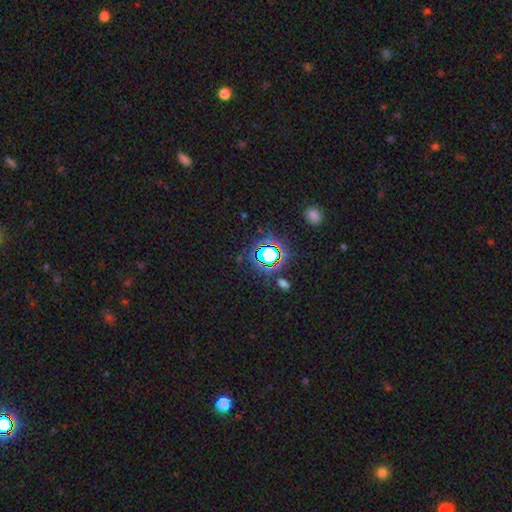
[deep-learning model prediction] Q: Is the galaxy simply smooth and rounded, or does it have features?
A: star or artifact — 78%.